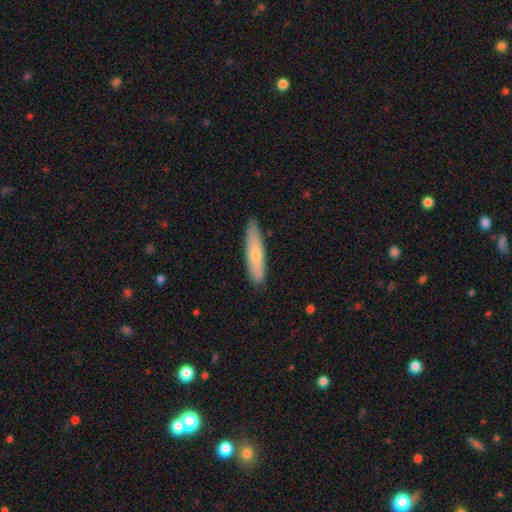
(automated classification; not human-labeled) Smooth or featured: smooth — 67% (featured or disk — 27%)
How rounded: cigar-shaped — 78% (in between — 20%)
Merging: none — 83% (minor disturbance — 13%)